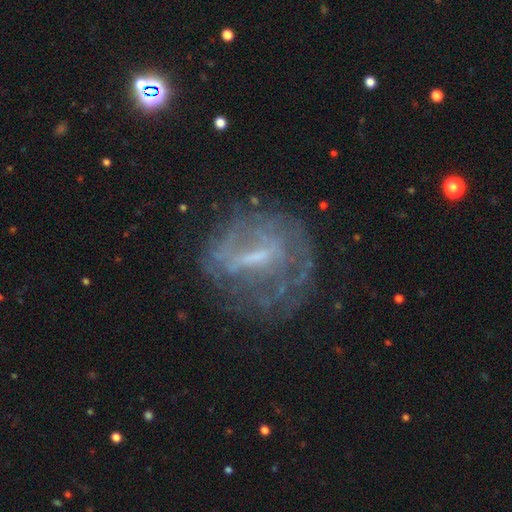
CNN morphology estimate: Smooth or featured: featured or disk — 74% (smooth — 15%)
Edge-on disk: no — 92% (yes — 8%)
Bar: strong — 42% (weak — 41%)
Spiral arms: yes — 54% (no — 46%)
Bulge size: small — 42% (moderate — 28%)
Merging: none — 64% (minor disturbance — 18%)